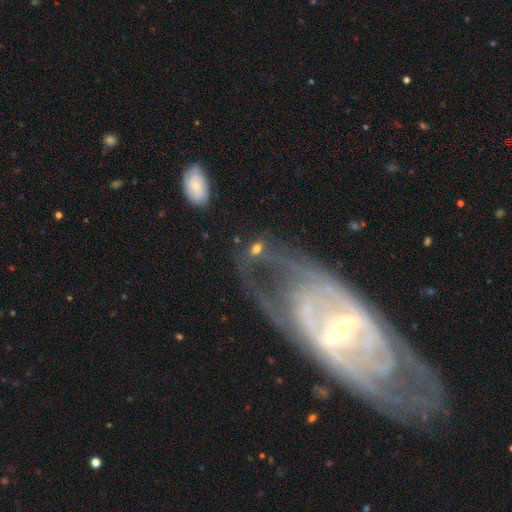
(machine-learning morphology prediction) This appears to be a featured or disk galaxy (59%) with no bar (50%), spiral arms (69%) and a small central bulge (48%). Merging: none (57%).